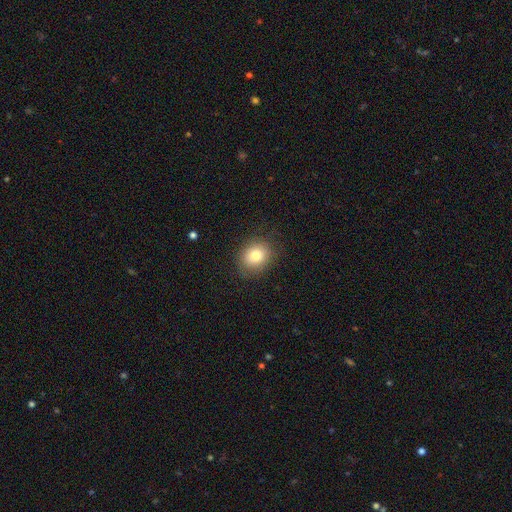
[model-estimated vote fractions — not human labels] smooth 80%, featured or disk 10%, star or artifact 10%. Down the decision tree: how rounded — round (60%); merging — none (84%).